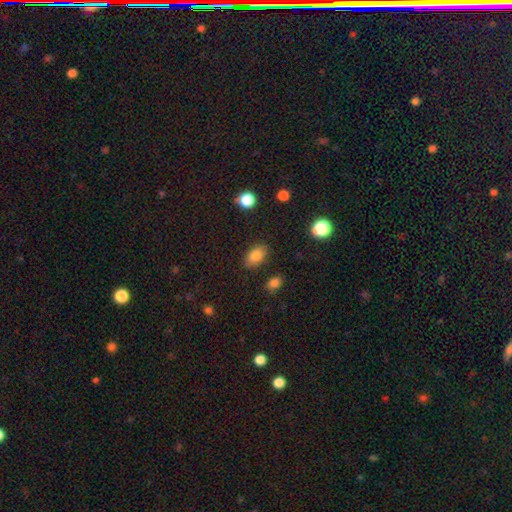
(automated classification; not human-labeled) This is clearly a smooth galaxy (83%). How rounded: clearly in between (87%). Merging: clearly none (84%).